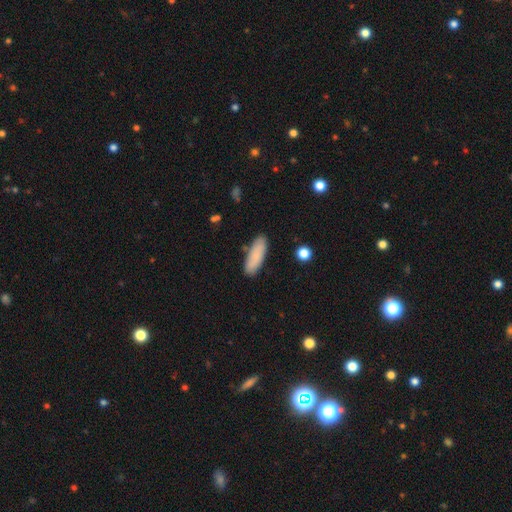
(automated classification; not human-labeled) Smooth or featured?
  - smooth: 84% *
  - featured or disk: 10%
  - star or artifact: 6%
How rounded?
  - in between: 57% *
  - cigar-shaped: 41%
  - round: 2%
Merging?
  - none: 83% *
  - minor disturbance: 12%
  - merger: 3%
  - major disturbance: 2%